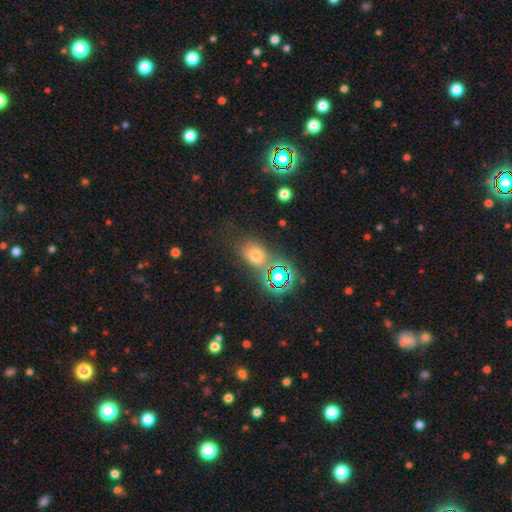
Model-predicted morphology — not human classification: A smooth galaxy with no disk features (59%) that is in between round and cigar-shaped (68%).

Vote fractions:
- Smooth or featured? smooth: 59% / star or artifact: 30% / featured or disk: 12%
- How rounded? in between: 68% / round: 30% / cigar-shaped: 2%
- Merging? none: 63% / minor disturbance: 18% / merger: 10% / major disturbance: 9%